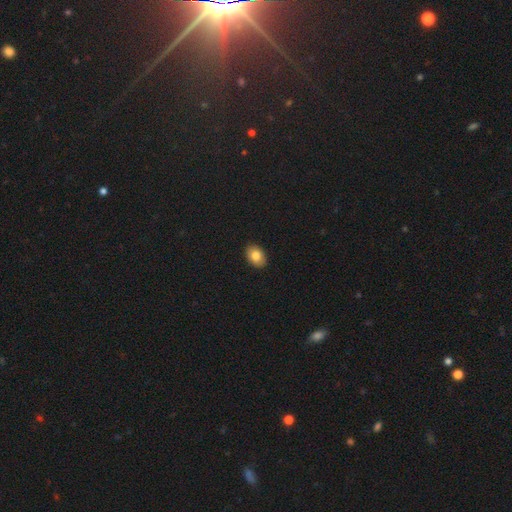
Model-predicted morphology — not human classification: Smooth or featured: smooth — 83% (featured or disk — 9%)
How rounded: in between — 82% (round — 17%)
Merging: none — 91% (minor disturbance — 7%)